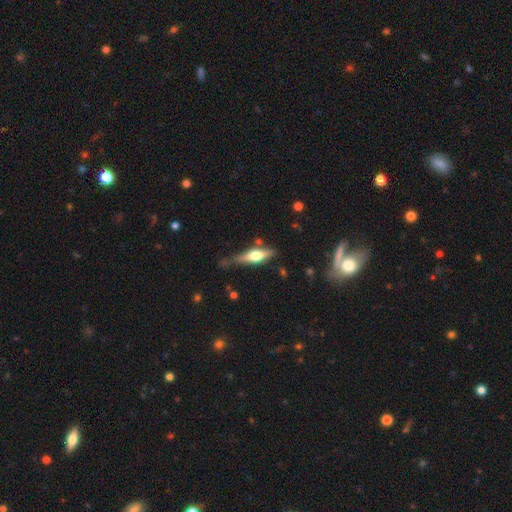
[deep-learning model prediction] Smooth or featured: featured or disk — 53% (smooth — 41%)
Edge-on disk: yes — 90% (no — 10%)
Merging: none — 65% (minor disturbance — 22%)